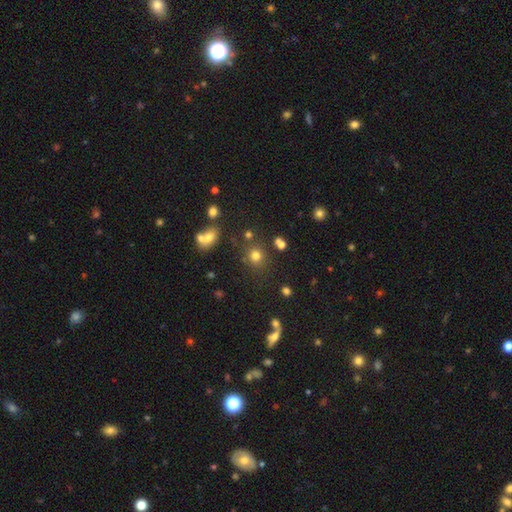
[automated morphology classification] Smooth or featured: smooth — 74% (star or artifact — 18%)
How rounded: round — 83% (in between — 16%)
Merging: none — 77% (minor disturbance — 10%)